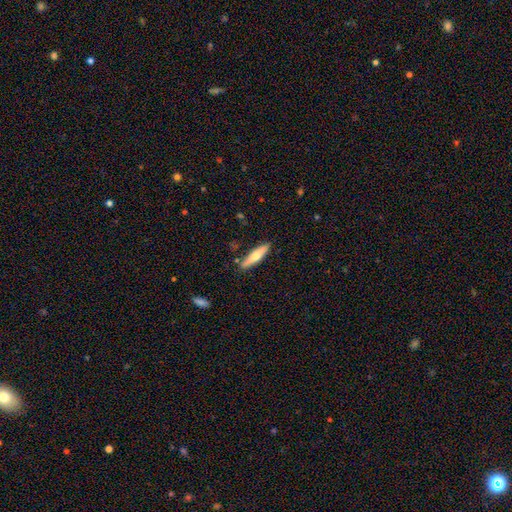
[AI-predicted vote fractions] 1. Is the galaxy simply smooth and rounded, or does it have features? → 56% smooth, 38% featured or disk, 5% star or artifact.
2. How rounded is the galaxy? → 80% cigar-shaped, 18% in between, 2% round.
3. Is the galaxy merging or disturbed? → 86% none, 9% minor disturbance, 2% merger, 2% major disturbance.